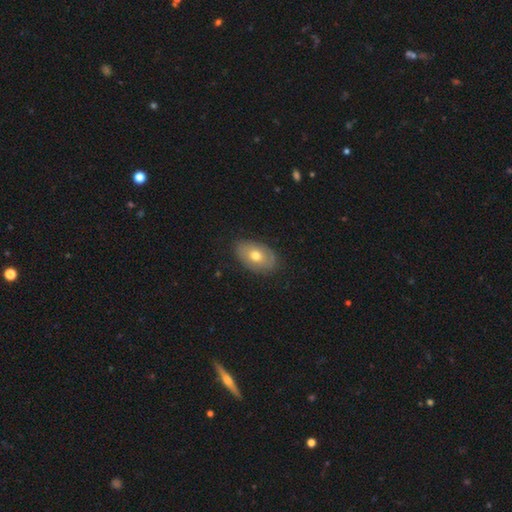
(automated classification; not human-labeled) This is likely a smooth galaxy (60%). How rounded: clearly in between (89%). Merging: clearly none (83%).